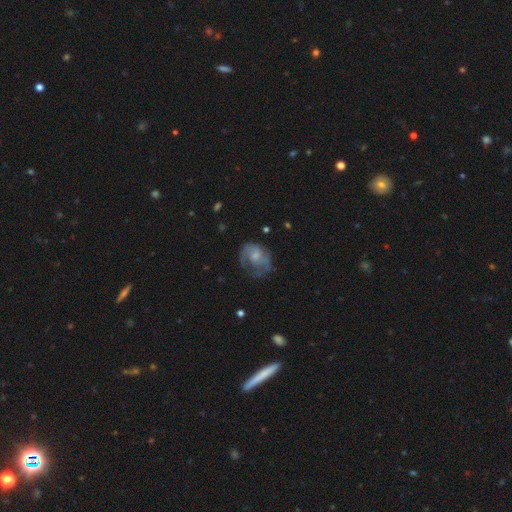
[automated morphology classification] Q: Smooth or featured?
A: featured or disk (54%); runner-up: smooth (38%)
Q: Edge-on disk?
A: no (97%); runner-up: yes (3%)
Q: Bar?
A: no (68%); runner-up: weak (27%)
Q: Spiral arms?
A: yes (61%); runner-up: no (39%)
Q: Bulge size?
A: small (44%); runner-up: moderate (34%)
Q: Merging?
A: none (43%); runner-up: major disturbance (29%)